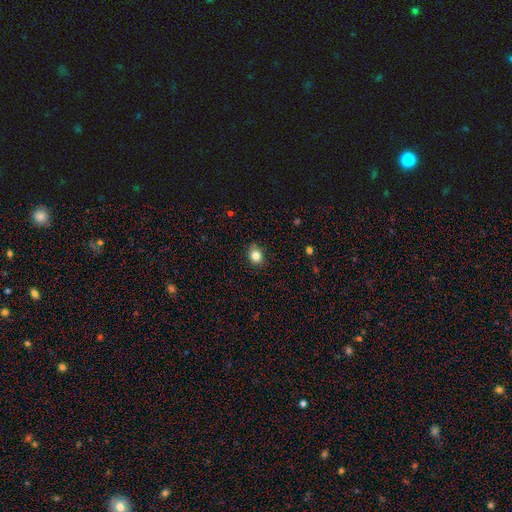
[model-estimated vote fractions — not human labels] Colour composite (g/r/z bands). It shows a smooth galaxy with no disk features (83%) that is round (63%). Merging: none (86%).